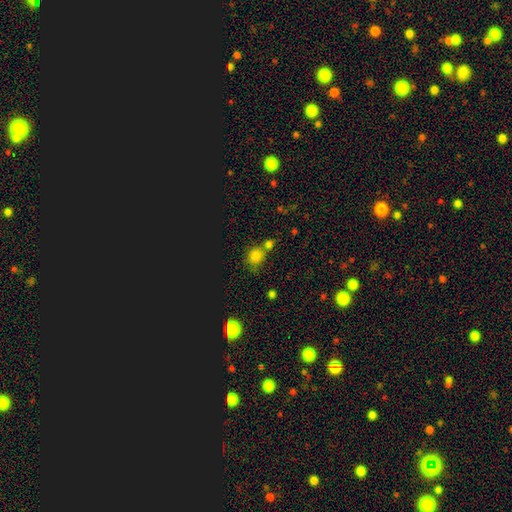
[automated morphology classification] smooth 73%, star or artifact 21%, featured or disk 6%. Down the decision tree: how rounded — round (75%); merging — none (53%).